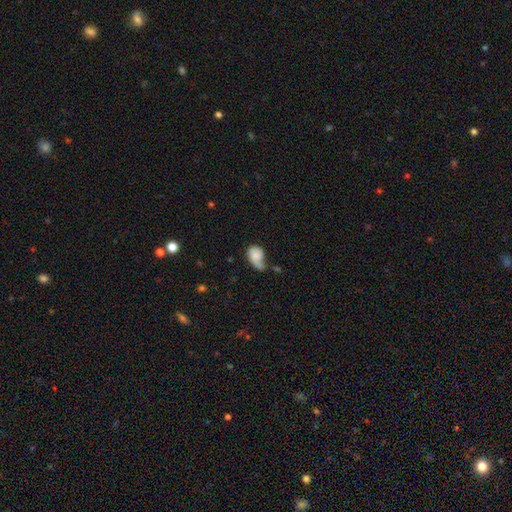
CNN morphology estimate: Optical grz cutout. It shows a smooth galaxy with no disk features (64%) that is in between round and cigar-shaped (72%). Merging: major disturbance (35%).